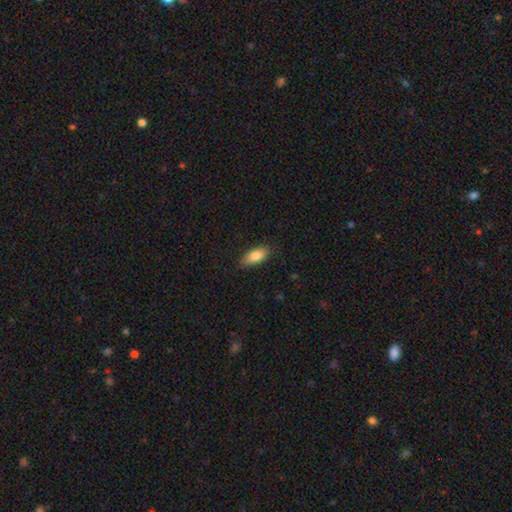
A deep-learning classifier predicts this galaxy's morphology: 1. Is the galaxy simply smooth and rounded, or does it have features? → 81% smooth, 12% featured or disk, 7% star or artifact.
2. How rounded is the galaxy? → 83% in between, 14% cigar-shaped, 3% round.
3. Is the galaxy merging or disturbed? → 83% none, 13% minor disturbance, 2% major disturbance, 1% merger.